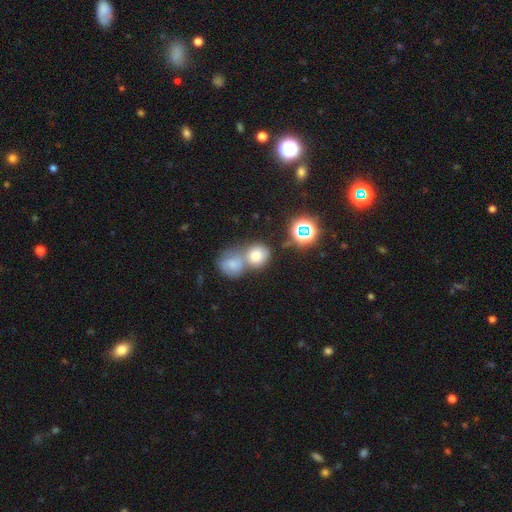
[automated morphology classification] This appears to be a smooth galaxy with no disk features (71%) that is round (78%). Merging: merger (50%).